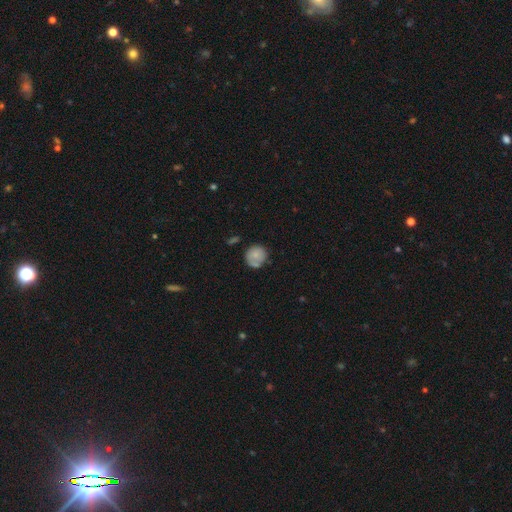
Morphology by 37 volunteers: This is likely a smooth galaxy (68%). How rounded: clearly round (92%). Merging: possibly none (50%).